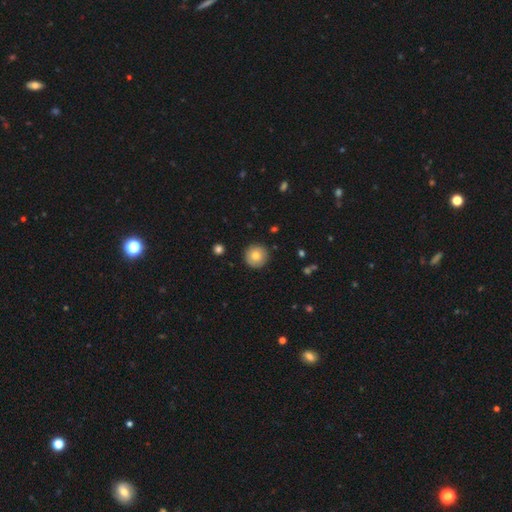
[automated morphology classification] smooth 77%, featured or disk 14%, star or artifact 9%. Down the decision tree: how rounded — round (95%); merging — none (90%).